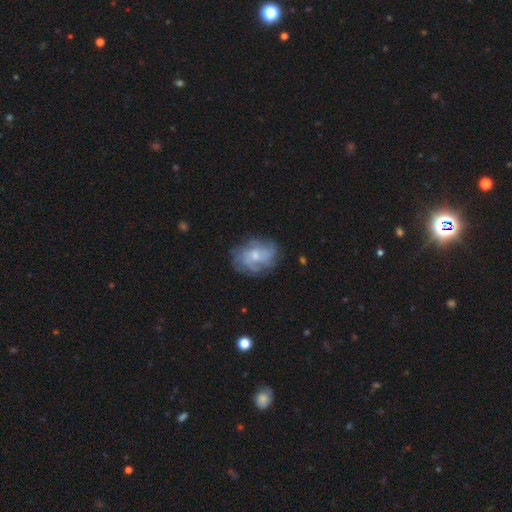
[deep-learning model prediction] Smooth or featured: featured or disk — 65% (smooth — 27%)
Edge-on disk: no — 97% (yes — 3%)
Bar: no — 70% (weak — 27%)
Spiral arms: yes — 78% (no — 22%)
Bulge size: moderate — 46% (small — 45%)
Merging: none — 68% (minor disturbance — 20%)